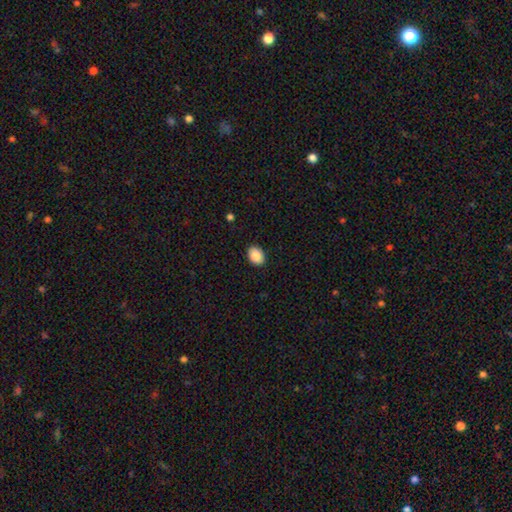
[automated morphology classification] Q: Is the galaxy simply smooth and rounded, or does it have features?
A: smooth — 89%.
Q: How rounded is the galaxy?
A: in between — 73%.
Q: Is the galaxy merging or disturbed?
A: none — 89%.